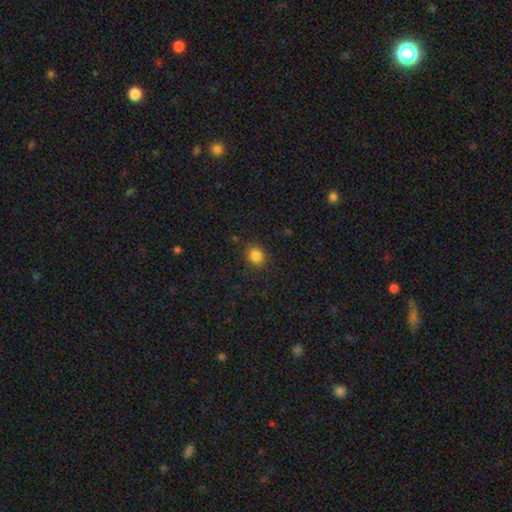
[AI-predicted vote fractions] The model was most divided on "how rounded": round: 74%, in between: 25%, cigar-shaped: 1%. More confident: merging — none (86%); smooth or featured — smooth (84%).